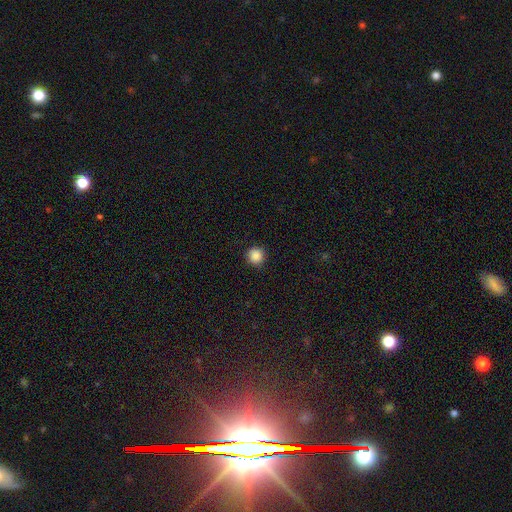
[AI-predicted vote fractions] Smooth or featured?
  - smooth: 88% *
  - star or artifact: 10%
  - featured or disk: 3%
How rounded?
  - round: 95% *
  - in between: 4%
  - cigar-shaped: 1%
Merging?
  - none: 90% *
  - minor disturbance: 7%
  - major disturbance: 2%
  - merger: 1%